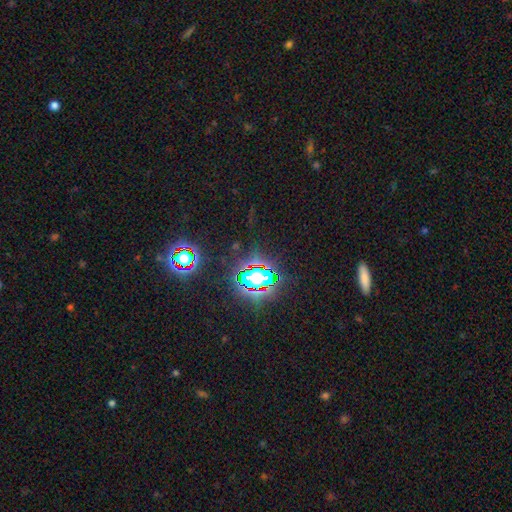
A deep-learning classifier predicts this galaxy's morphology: A star or artifact, not a galaxy (81%).